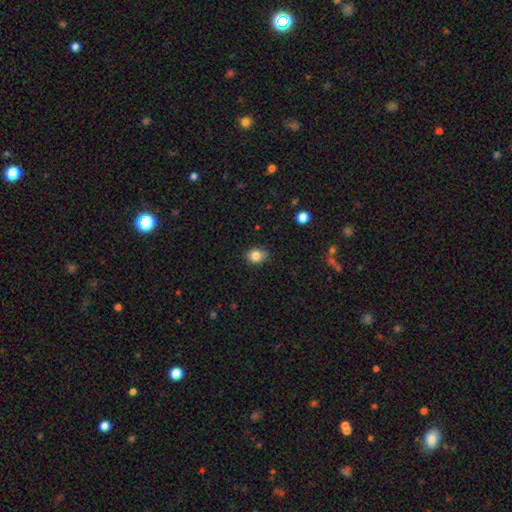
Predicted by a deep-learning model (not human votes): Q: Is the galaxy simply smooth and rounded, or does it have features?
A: smooth — 84%.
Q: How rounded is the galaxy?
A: in between — 55%.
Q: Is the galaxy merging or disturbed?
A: none — 84%.